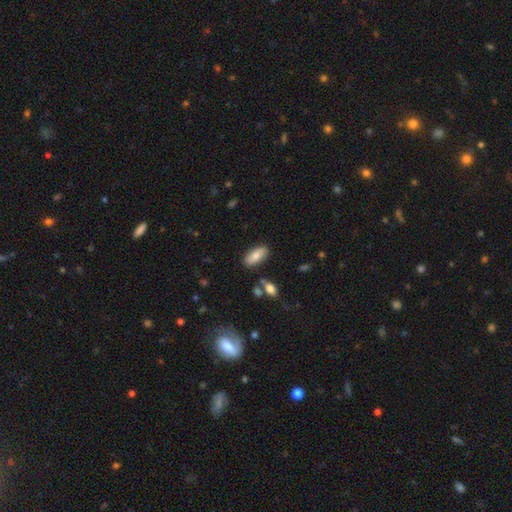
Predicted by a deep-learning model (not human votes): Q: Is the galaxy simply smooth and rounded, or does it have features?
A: smooth — 78%.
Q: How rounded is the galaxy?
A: in between — 83%.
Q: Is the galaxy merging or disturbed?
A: none — 83%.